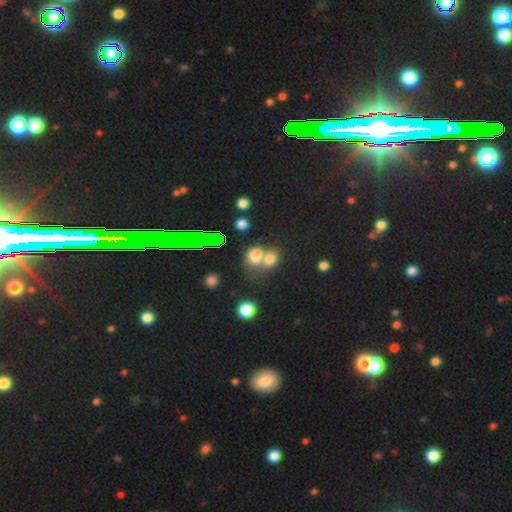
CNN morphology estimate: Smooth or featured? smooth (68%)
How rounded? in between (50%)
Merging? merger (59%)